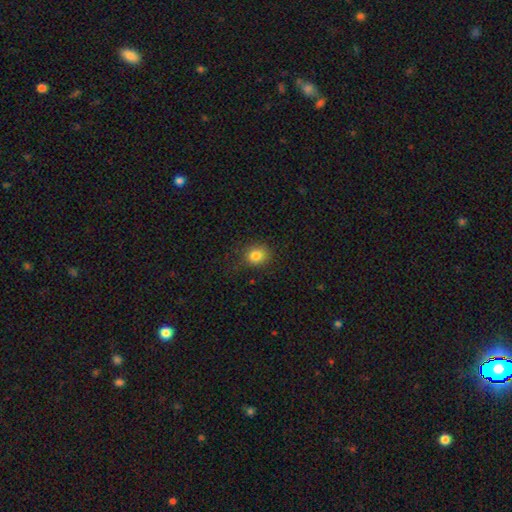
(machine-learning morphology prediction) type=smooth (83%); roundness=round (69%); merging=none (82%).